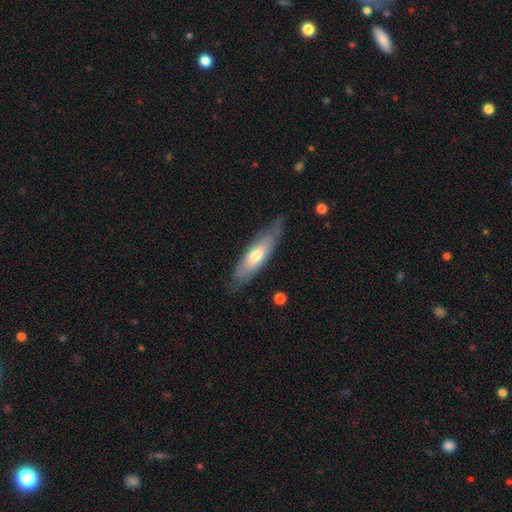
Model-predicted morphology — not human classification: Smooth or featured: smooth — 51% (featured or disk — 43%)
How rounded: cigar-shaped — 64% (in between — 35%)
Merging: none — 74% (minor disturbance — 20%)